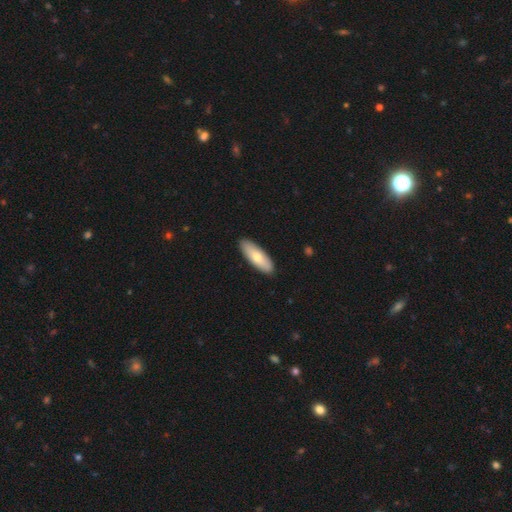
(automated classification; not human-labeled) smooth 68%, featured or disk 27%, star or artifact 5%. Down the decision tree: how rounded — in between (59%); merging — none (91%).